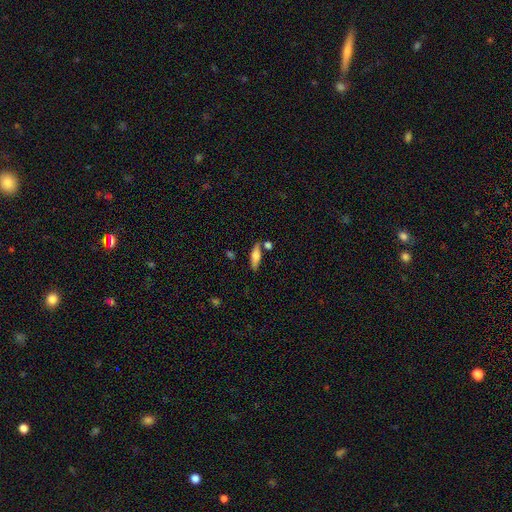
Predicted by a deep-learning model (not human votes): Morphology: type=smooth (64%); roundness=cigar-shaped (49%); merging=none (74%).